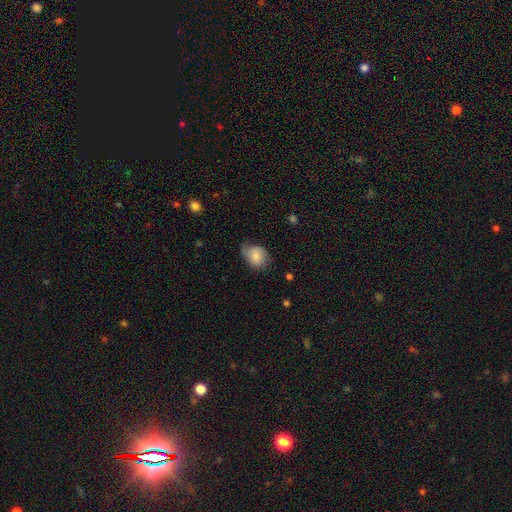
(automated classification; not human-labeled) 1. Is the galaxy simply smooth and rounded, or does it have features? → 69% smooth, 23% featured or disk, 8% star or artifact.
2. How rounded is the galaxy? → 60% in between, 39% round, 1% cigar-shaped.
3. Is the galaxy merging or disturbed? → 49% none, 36% minor disturbance, 14% major disturbance, 2% merger.